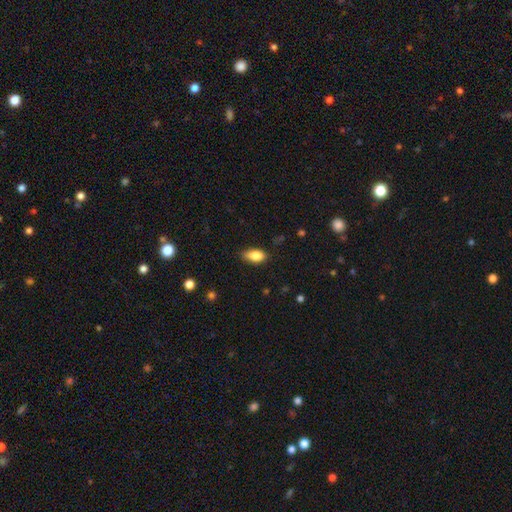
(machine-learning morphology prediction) Smooth or featured? Predicted: smooth (p=0.85). How rounded? Predicted: in between (p=0.90). Merging? Predicted: none (p=0.74).